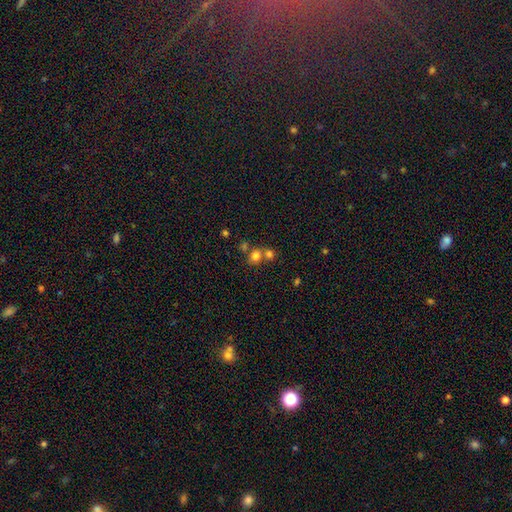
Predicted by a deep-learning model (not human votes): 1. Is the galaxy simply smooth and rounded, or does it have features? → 76% smooth, 15% star or artifact, 9% featured or disk.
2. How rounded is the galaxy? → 79% round, 20% in between, 1% cigar-shaped.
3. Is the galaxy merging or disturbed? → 49% none, 41% merger, 7% minor disturbance, 3% major disturbance.